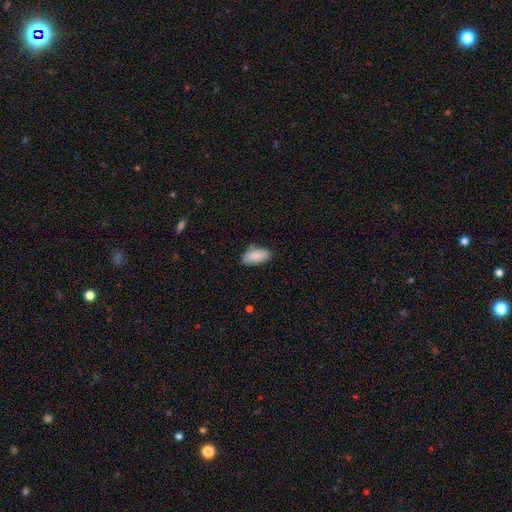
Q: Smooth or featured?
A: smooth (92%); runner-up: star or artifact (8%)
Q: How rounded?
A: in between (100%)
Q: Merging?
A: none (63%); runner-up: minor disturbance (26%)